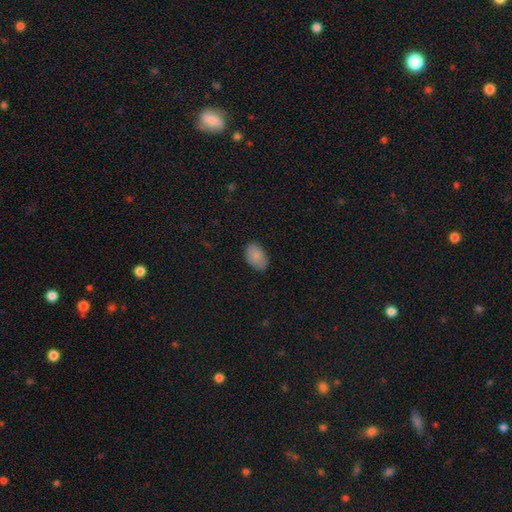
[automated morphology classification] The model was most divided on "merging": none: 81%, minor disturbance: 15%, major disturbance: 3%, merger: 1%. More confident: how rounded — in between (89%); smooth or featured — smooth (83%).